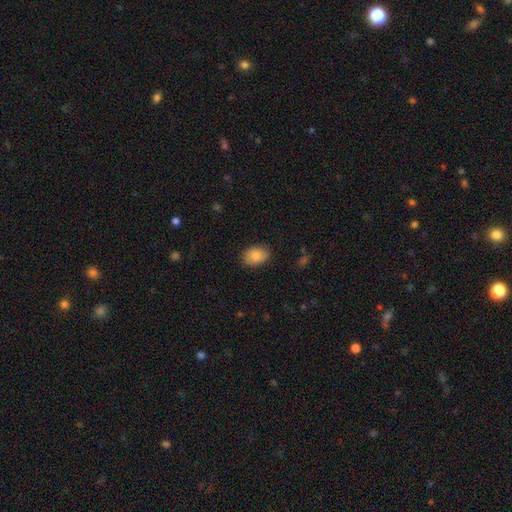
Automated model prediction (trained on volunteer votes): Smooth or featured?
  - smooth: 84% *
  - featured or disk: 9%
  - star or artifact: 7%
How rounded?
  - in between: 80% *
  - round: 19%
  - cigar-shaped: 1%
Merging?
  - none: 86% *
  - minor disturbance: 11%
  - major disturbance: 2%
  - merger: 1%